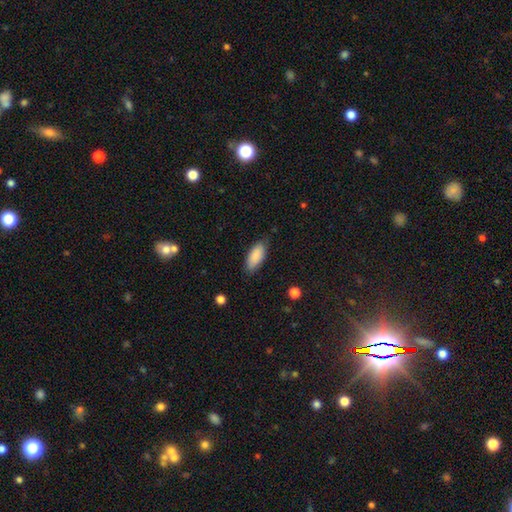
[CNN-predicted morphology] A smooth galaxy with no disk features (88%) that is in between round and cigar-shaped (85%).

Vote fractions:
- Smooth or featured? smooth: 88% / featured or disk: 6% / star or artifact: 6%
- How rounded? in between: 85% / cigar-shaped: 13% / round: 2%
- Merging? none: 79% / minor disturbance: 16% / major disturbance: 3% / merger: 1%